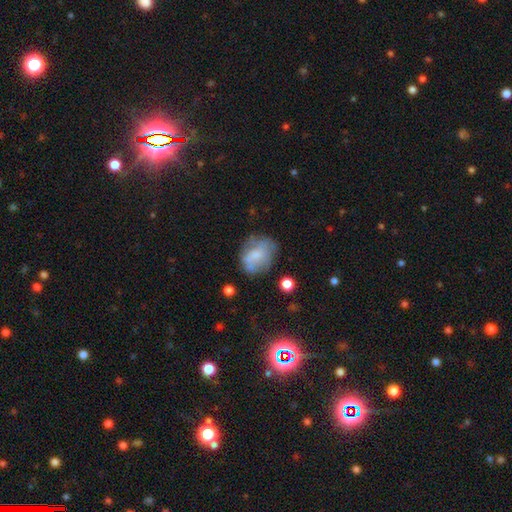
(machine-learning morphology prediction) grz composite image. It shows a smooth galaxy with no disk features (56%) that is in between round and cigar-shaped (60%). Merging: none (49%).